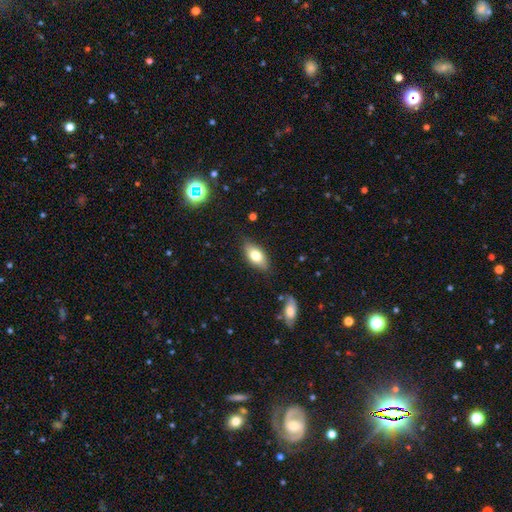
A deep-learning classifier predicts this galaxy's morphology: smooth-or-featured: smooth: 75% | featured or disk: 18% | star or artifact: 7%
  how-rounded: in between: 89% | cigar-shaped: 7% | round: 4%
  merging: none: 82% | minor disturbance: 13% | major disturbance: 3% | merger: 2%